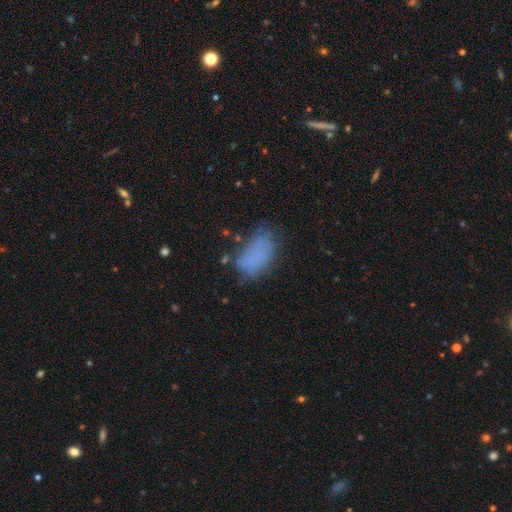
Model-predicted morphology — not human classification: Smooth or featured? smooth (71%)
How rounded? in between (92%)
Merging? none (51%)